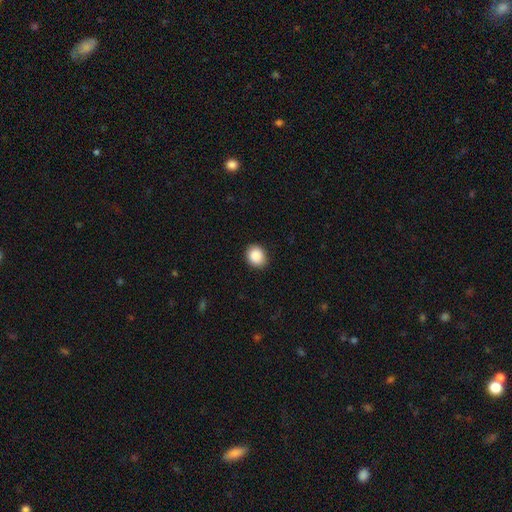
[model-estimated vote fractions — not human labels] A smooth galaxy with no disk features (89%) that is round (65%).

Vote fractions:
- Smooth or featured? smooth: 89% / star or artifact: 8% / featured or disk: 3%
- How rounded? round: 65% / in between: 34% / cigar-shaped: 1%
- Merging? none: 89% / minor disturbance: 8% / major disturbance: 2% / merger: 1%